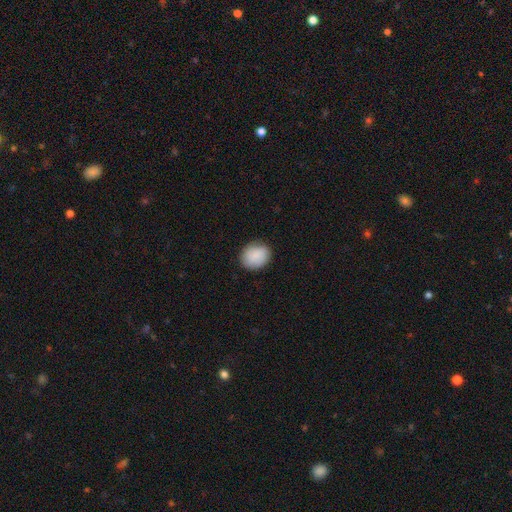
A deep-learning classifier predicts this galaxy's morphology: smooth_or_featured: smooth (p=0.88) [alt: star or artifact p=0.07]
how_rounded: round (p=0.64) [alt: in between p=0.35]
merging: none (p=0.85) [alt: minor disturbance p=0.12]